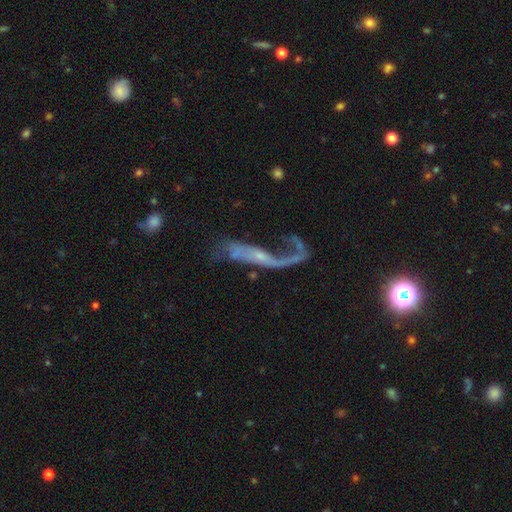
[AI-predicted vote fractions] smooth_or_featured: featured or disk (p=0.76) [alt: smooth p=0.13]
disk_edge_on: no (p=0.77) [alt: yes p=0.23]
bar: no (p=0.59) [alt: weak p=0.26]
has_spiral_arms: yes (p=0.76) [alt: no p=0.24]
bulge_size: small (p=0.64) [alt: none p=0.19]
merging: major disturbance (p=0.41) [alt: none p=0.32]